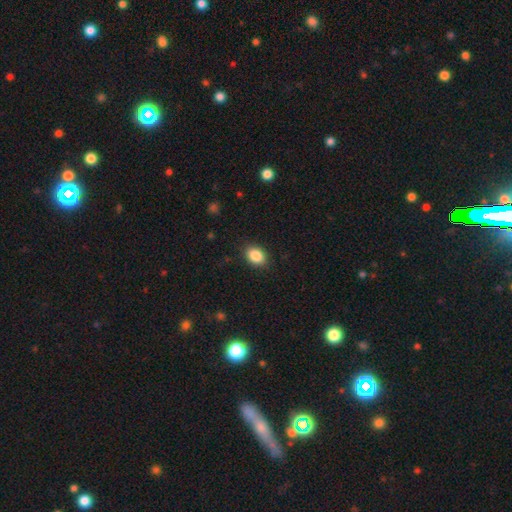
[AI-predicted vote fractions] Morphology: type=smooth (86%); roundness=in between (70%); merging=none (87%).